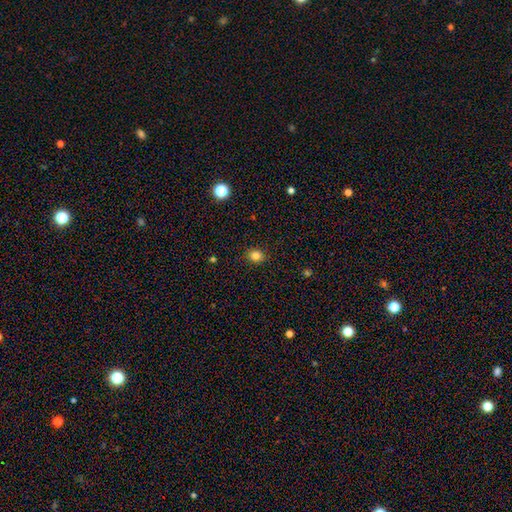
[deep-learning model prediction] smooth 83%, star or artifact 12%, featured or disk 5%. Down the decision tree: how rounded — round (62%); merging — none (90%).